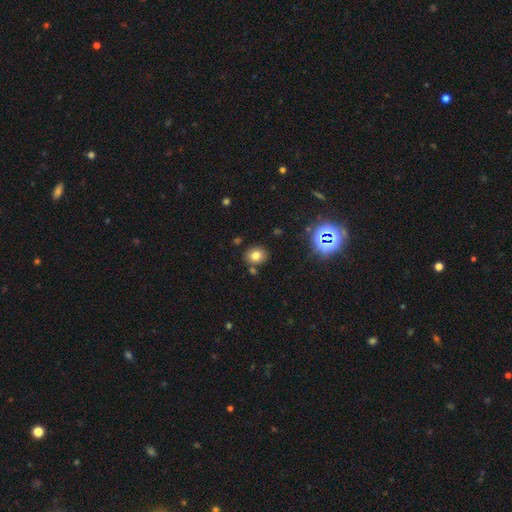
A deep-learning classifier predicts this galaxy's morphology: This is likely a smooth galaxy (75%). How rounded: likely round (67%). Merging: clearly none (81%).